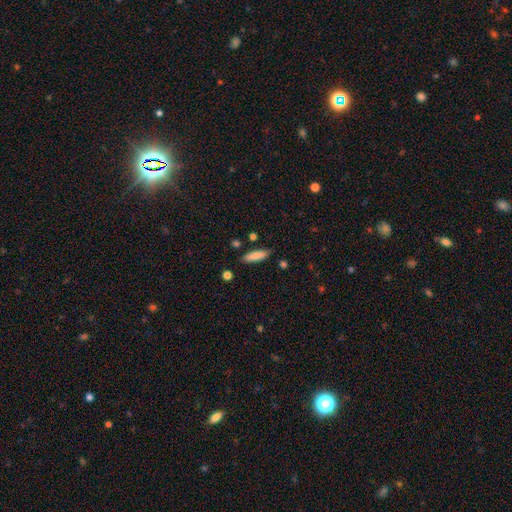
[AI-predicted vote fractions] The model was most divided on "how rounded": cigar-shaped: 66%, in between: 32%, round: 2%. More confident: merging — none (85%); smooth or featured — smooth (84%).